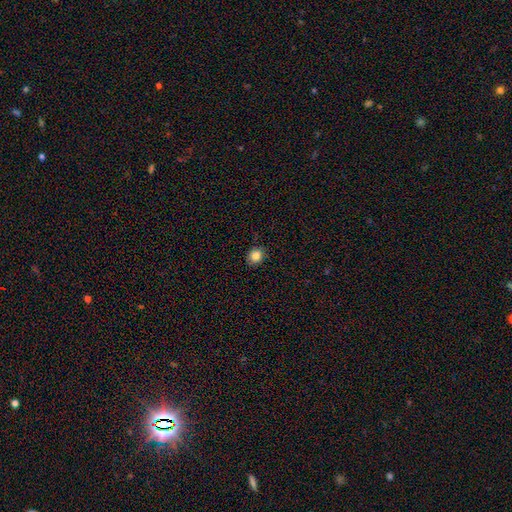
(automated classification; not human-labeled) Q: Smooth or featured?
A: smooth (85%); runner-up: star or artifact (10%)
Q: How rounded?
A: round (68%); runner-up: in between (31%)
Q: Merging?
A: none (87%); runner-up: minor disturbance (10%)